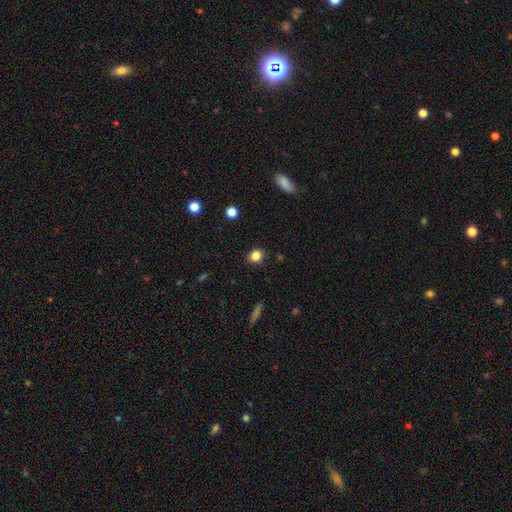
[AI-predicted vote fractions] smooth 84%, star or artifact 11%, featured or disk 5%. Down the decision tree: how rounded — round (69%); merging — none (88%).